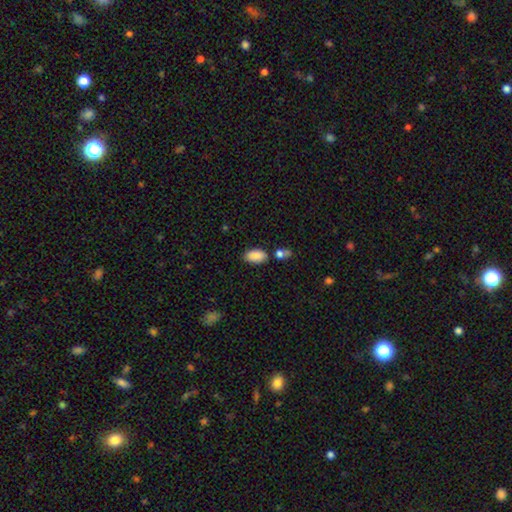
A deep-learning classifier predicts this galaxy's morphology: Overall: smooth (88%). How rounded: in between (94%). Merging: none (76%).